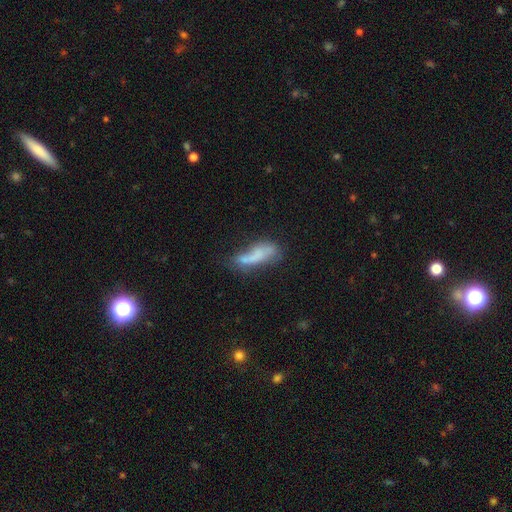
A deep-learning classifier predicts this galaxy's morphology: This appears to be a smooth galaxy with no disk features (55%) that is in between round and cigar-shaped (58%). Merging: none (29%).